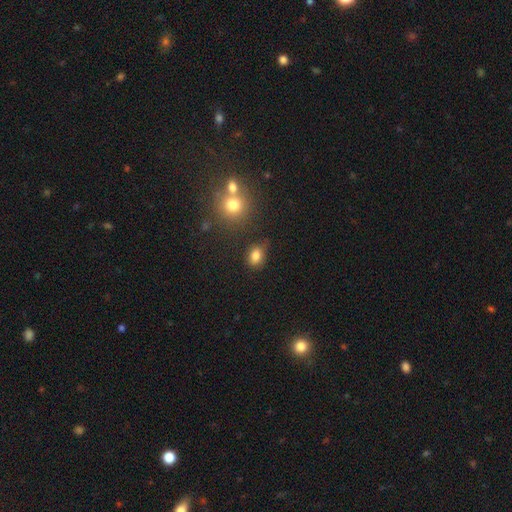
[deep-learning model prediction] A smooth galaxy with no disk features (82%) that is in between round and cigar-shaped (68%).

Vote fractions:
- Smooth or featured? smooth: 82% / star or artifact: 12% / featured or disk: 6%
- How rounded? in between: 68% / round: 31% / cigar-shaped: 1%
- Merging? none: 73% / minor disturbance: 18% / merger: 5% / major disturbance: 4%